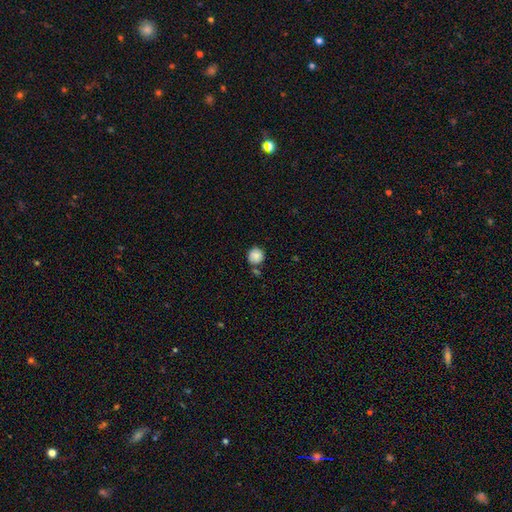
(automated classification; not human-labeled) A smooth galaxy with no disk features (85%) that is round (92%).

Vote fractions:
- Smooth or featured? smooth: 85% / star or artifact: 9% / featured or disk: 6%
- How rounded? round: 92% / in between: 7% / cigar-shaped: 1%
- Merging? none: 70% / minor disturbance: 14% / merger: 12% / major disturbance: 4%